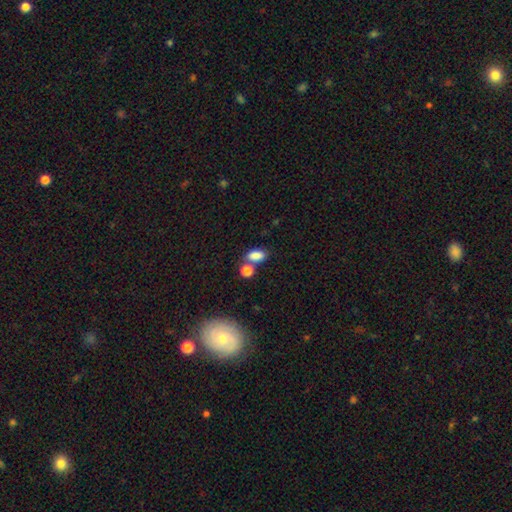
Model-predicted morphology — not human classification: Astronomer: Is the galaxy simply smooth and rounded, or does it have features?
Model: smooth — 84%.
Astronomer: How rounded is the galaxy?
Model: in between — 86%.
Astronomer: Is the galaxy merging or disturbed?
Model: none — 53% (runner-up: merger, 29%).